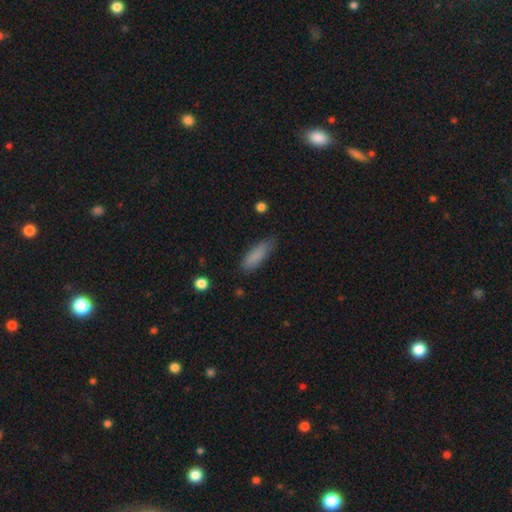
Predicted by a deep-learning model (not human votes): Overall: smooth (85%). How rounded: cigar-shaped (50%; in between 48%). Merging: none (78%).